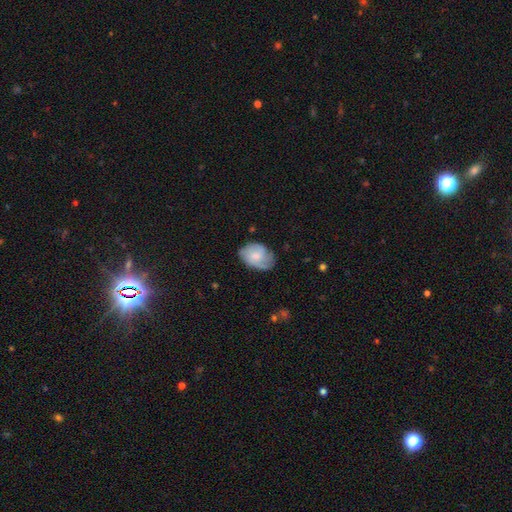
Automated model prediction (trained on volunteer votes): smooth-or-featured: smooth: 57% | featured or disk: 36% | star or artifact: 7%
  how-rounded: in between: 79% | round: 20% | cigar-shaped: 1%
  merging: none: 65% | minor disturbance: 26% | major disturbance: 8% | merger: 1%